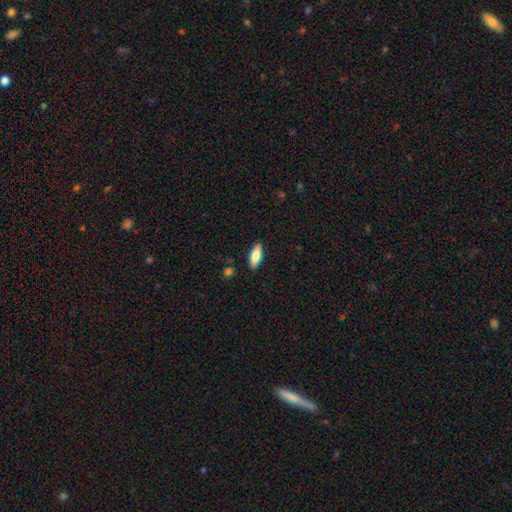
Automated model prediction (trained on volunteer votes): Q: Smooth or featured?
A: smooth (77%); runner-up: featured or disk (17%)
Q: How rounded?
A: in between (74%); runner-up: cigar-shaped (24%)
Q: Merging?
A: none (88%); runner-up: minor disturbance (9%)